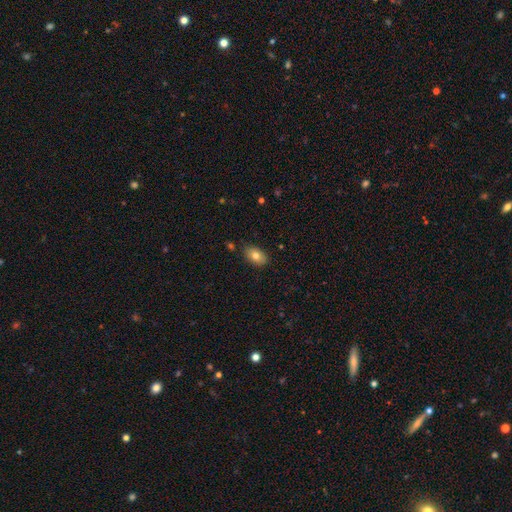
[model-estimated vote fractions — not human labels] smooth-or-featured: smooth: 77% | featured or disk: 15% | star or artifact: 8%
  how-rounded: in between: 88% | round: 11% | cigar-shaped: 1%
  merging: none: 84% | minor disturbance: 12% | major disturbance: 2% | merger: 2%